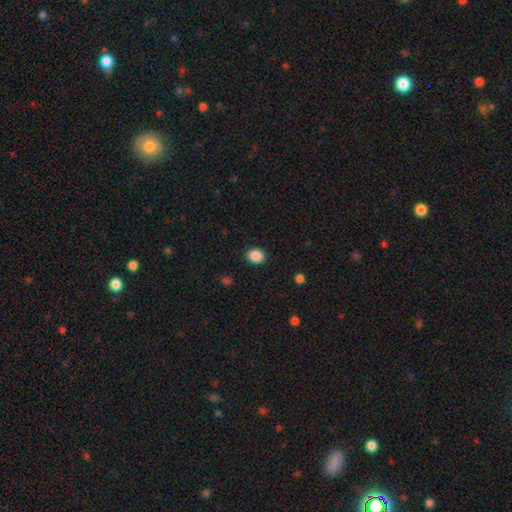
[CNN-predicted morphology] A smooth galaxy with no disk features (88%) that is round (59%).

Vote fractions:
- Smooth or featured? smooth: 88% / star or artifact: 9% / featured or disk: 3%
- How rounded? round: 59% / in between: 41% / cigar-shaped: 1%
- Merging? none: 90% / minor disturbance: 7% / major disturbance: 2% / merger: 1%